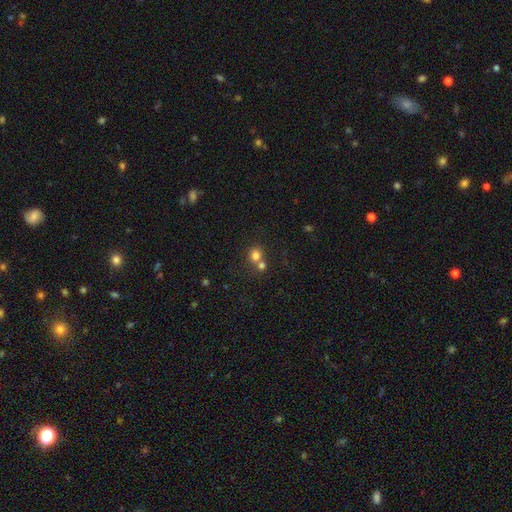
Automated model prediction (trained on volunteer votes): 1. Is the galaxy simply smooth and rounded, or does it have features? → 78% smooth, 14% star or artifact, 9% featured or disk.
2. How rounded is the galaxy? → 80% round, 19% in between, 1% cigar-shaped.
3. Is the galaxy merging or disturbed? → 46% none, 45% merger, 7% minor disturbance, 3% major disturbance.